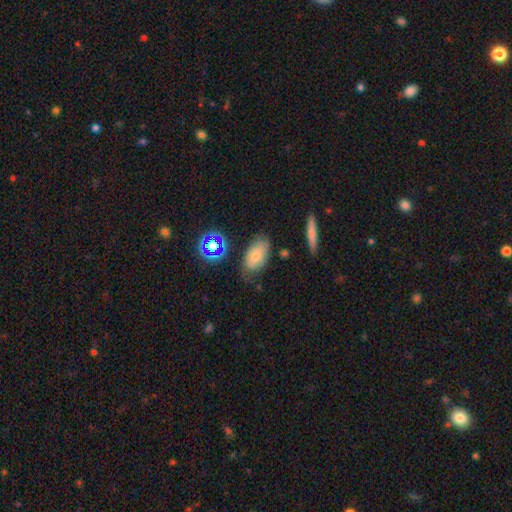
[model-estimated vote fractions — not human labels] Q: Smooth or featured?
A: smooth (73%); runner-up: featured or disk (15%)
Q: How rounded?
A: in between (91%); runner-up: round (6%)
Q: Merging?
A: none (69%); runner-up: minor disturbance (21%)